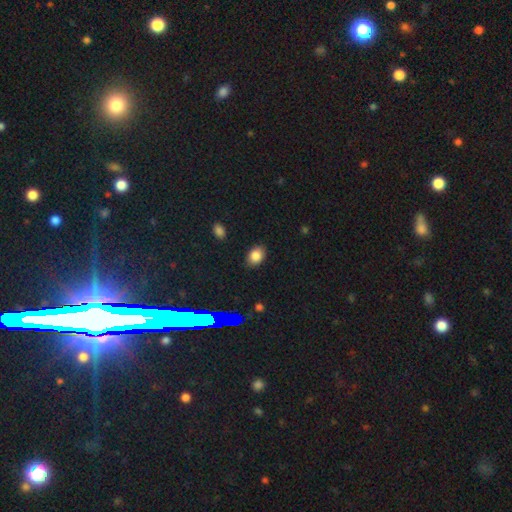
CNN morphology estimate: A smooth galaxy with no disk features (83%) that is in between round and cigar-shaped (73%).

Vote fractions:
- Smooth or featured? smooth: 83% / star or artifact: 11% / featured or disk: 6%
- How rounded? in between: 73% / round: 26% / cigar-shaped: 1%
- Merging? none: 86% / minor disturbance: 10% / major disturbance: 3% / merger: 1%